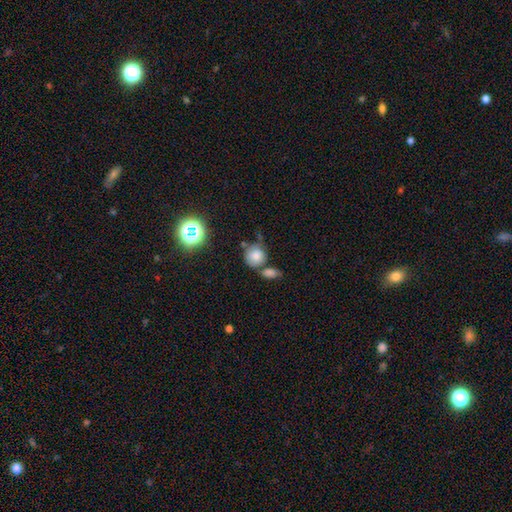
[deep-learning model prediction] smooth-or-featured: smooth: 78% | star or artifact: 12% | featured or disk: 11%
  how-rounded: round: 82% | in between: 17% | cigar-shaped: 1%
  merging: none: 50% | merger: 25% | minor disturbance: 18% | major disturbance: 7%